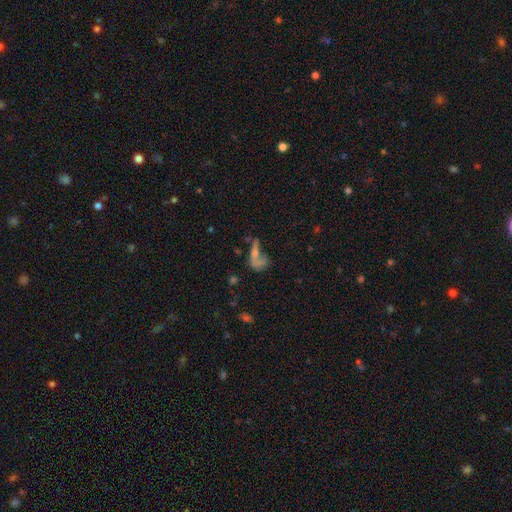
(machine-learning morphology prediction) smooth_or_featured: smooth (p=0.43) [alt: featured or disk p=0.38]
merging: major disturbance (p=0.35) [alt: merger p=0.27]